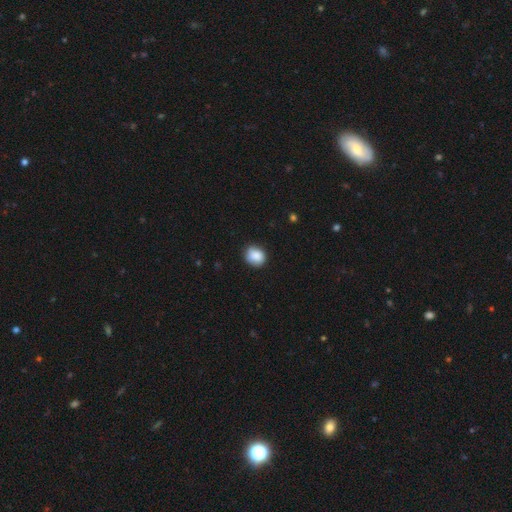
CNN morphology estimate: smooth-or-featured: smooth: 88% | star or artifact: 8% | featured or disk: 4%
  how-rounded: round: 67% | in between: 32% | cigar-shaped: 1%
  merging: none: 82% | minor disturbance: 14% | major disturbance: 3% | merger: 1%